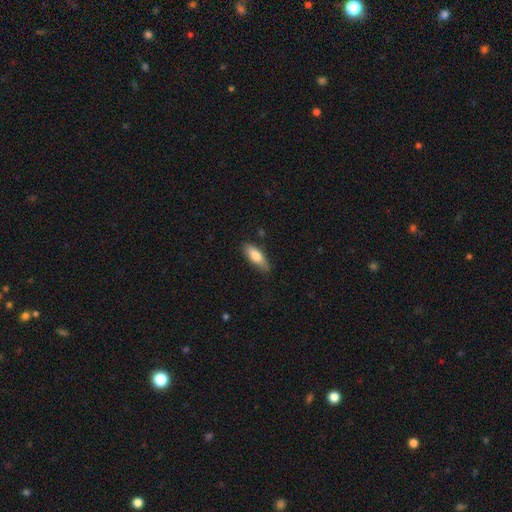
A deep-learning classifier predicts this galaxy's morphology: smooth_or_featured: smooth (p=0.76) [alt: featured or disk p=0.18]
how_rounded: in between (p=0.60) [alt: cigar-shaped p=0.38]
merging: none (p=0.78) [alt: minor disturbance p=0.18]